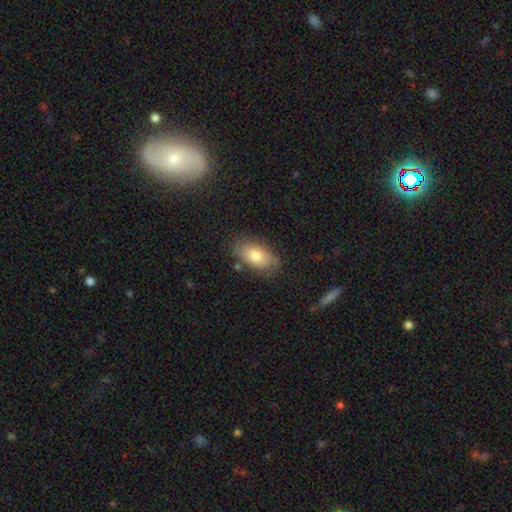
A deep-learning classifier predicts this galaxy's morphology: Smooth or featured?
  - smooth: 60% *
  - featured or disk: 32%
  - star or artifact: 8%
How rounded?
  - in between: 92% *
  - round: 6%
  - cigar-shaped: 2%
Merging?
  - none: 73% *
  - minor disturbance: 19%
  - major disturbance: 5%
  - merger: 3%